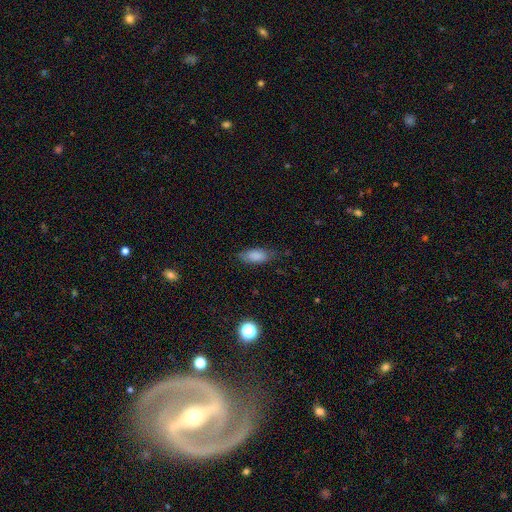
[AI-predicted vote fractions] Smooth or featured?
  - smooth: 84% *
  - star or artifact: 8%
  - featured or disk: 8%
How rounded?
  - in between: 83% *
  - cigar-shaped: 15%
  - round: 3%
Merging?
  - none: 75% *
  - minor disturbance: 19%
  - major disturbance: 5%
  - merger: 1%